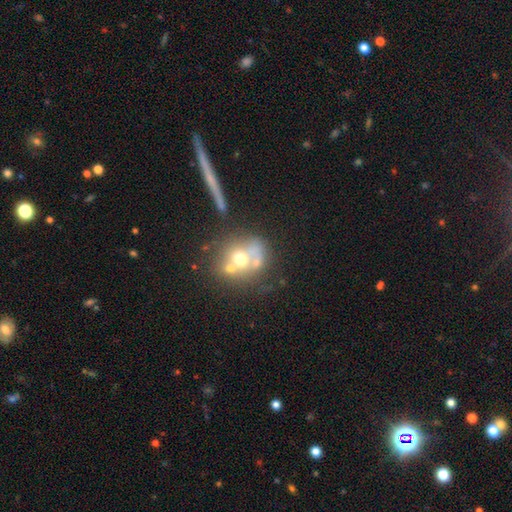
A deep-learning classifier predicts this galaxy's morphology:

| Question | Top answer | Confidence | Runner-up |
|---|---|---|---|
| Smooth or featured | smooth | 51% | featured or disk (34%) |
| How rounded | round | 70% | in between (28%) |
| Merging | merger | 41% | none (35%) |